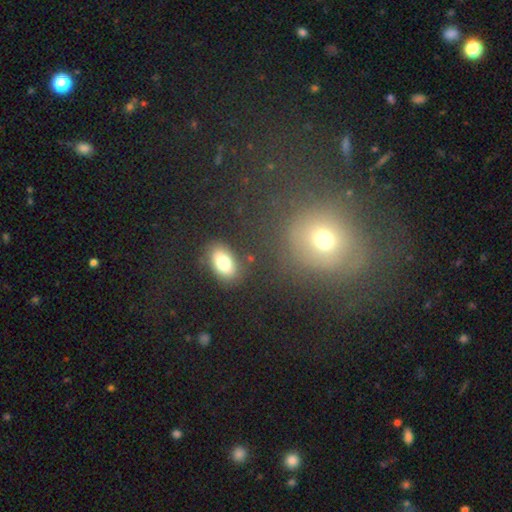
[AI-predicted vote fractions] Smooth or featured: smooth — 69% (star or artifact — 17%)
How rounded: in between — 65% (round — 31%)
Merging: none — 76% (minor disturbance — 11%)